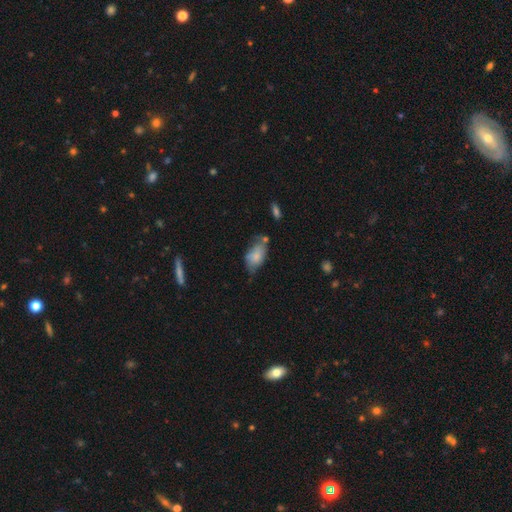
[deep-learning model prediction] This is likely a smooth galaxy (75%). How rounded: clearly in between (92%). Merging: marginally none (44%).